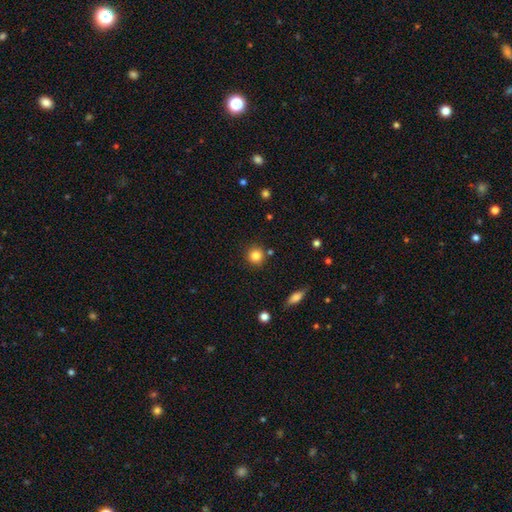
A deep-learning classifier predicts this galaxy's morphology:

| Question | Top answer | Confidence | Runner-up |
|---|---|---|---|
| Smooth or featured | smooth | 84% | star or artifact (11%) |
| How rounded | round | 92% | in between (7%) |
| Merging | none | 86% | minor disturbance (7%) |